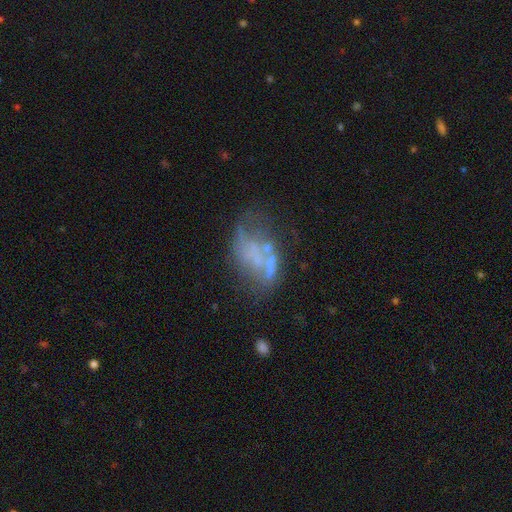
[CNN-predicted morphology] smooth-or-featured: featured or disk: 60% | smooth: 23% | star or artifact: 16%
  disk-edge-on: no: 96% | yes: 4%
    bar: no: 83% | weak: 12% | strong: 5%
    has-spiral-arms: no: 76% | yes: 24%
    bulge-size: none: 77% | small: 14% | moderate: 5% | large: 2% | dominant: 1%
  merging: none: 38% | major disturbance: 28% | minor disturbance: 20% | merger: 14%